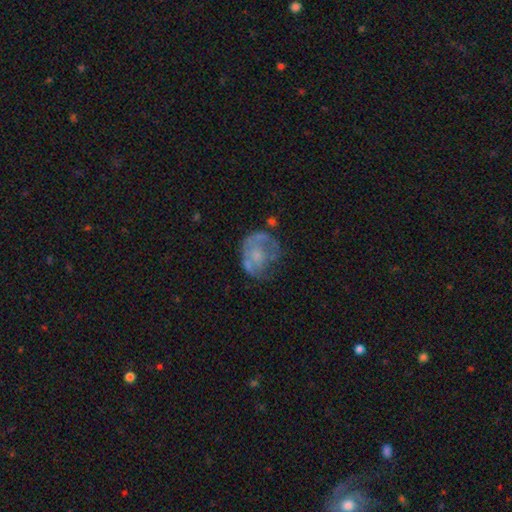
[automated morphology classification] Smooth or featured? featured or disk (53%)
Edge-on disk? no (98%)
Bar? no (85%)
Spiral arms? no (72%)
Bulge size? none (37%)
Merging? none (38%)